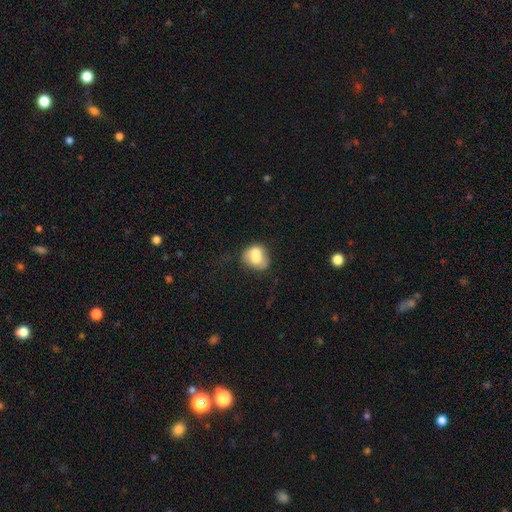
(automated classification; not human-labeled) The model was most divided on "how rounded": round: 55%, in between: 44%, cigar-shaped: 1%. More confident: smooth or featured — smooth (67%); merging — merger (53%).